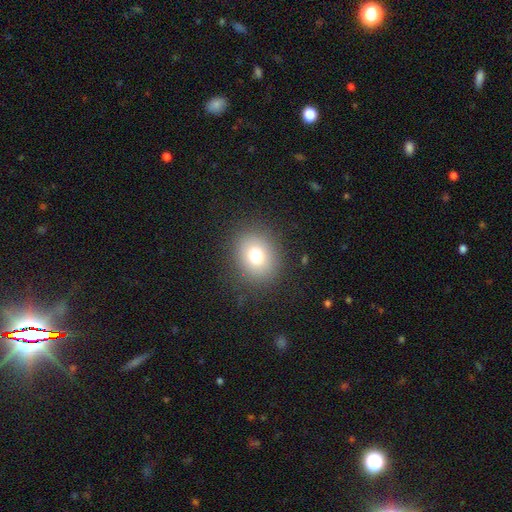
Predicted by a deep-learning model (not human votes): Smooth or featured: smooth — 76% (star or artifact — 13%)
How rounded: round — 59% (in between — 41%)
Merging: none — 85% (minor disturbance — 9%)